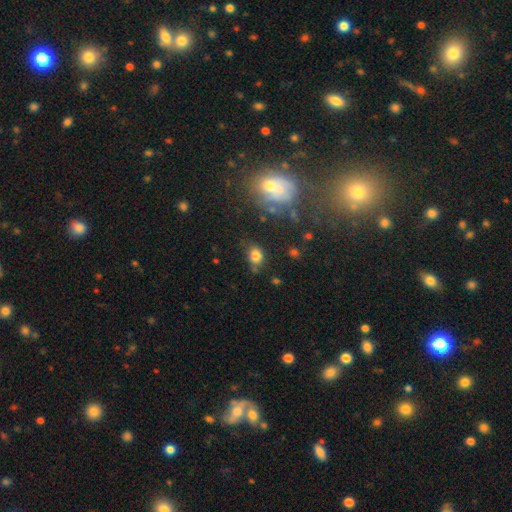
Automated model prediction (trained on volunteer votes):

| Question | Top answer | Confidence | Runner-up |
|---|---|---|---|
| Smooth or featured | smooth | 80% | star or artifact (13%) |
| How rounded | in between | 58% | round (41%) |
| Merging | none | 65% | minor disturbance (22%) |